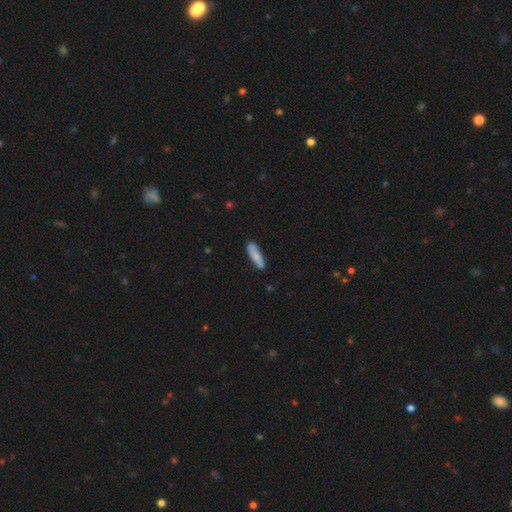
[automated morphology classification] Smooth or featured?
  - smooth: 82% *
  - featured or disk: 13%
  - star or artifact: 6%
How rounded?
  - cigar-shaped: 76% *
  - in between: 22%
  - round: 1%
Merging?
  - none: 80% *
  - minor disturbance: 15%
  - merger: 3%
  - major disturbance: 3%